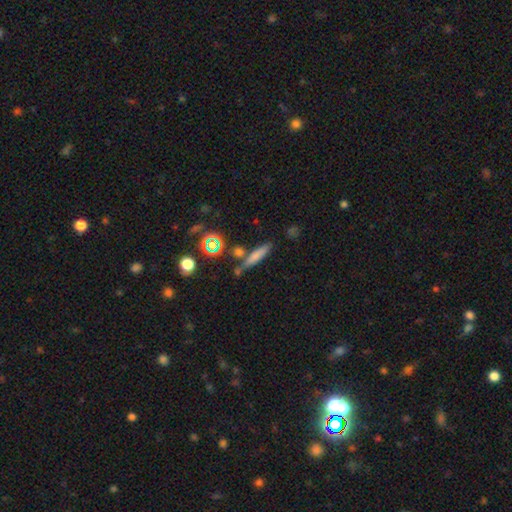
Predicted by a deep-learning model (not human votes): Smooth or featured?
  - smooth: 66% *
  - featured or disk: 20%
  - star or artifact: 14%
How rounded?
  - cigar-shaped: 82% *
  - in between: 13%
  - round: 5%
Merging?
  - none: 68% *
  - merger: 14%
  - minor disturbance: 14%
  - major disturbance: 5%